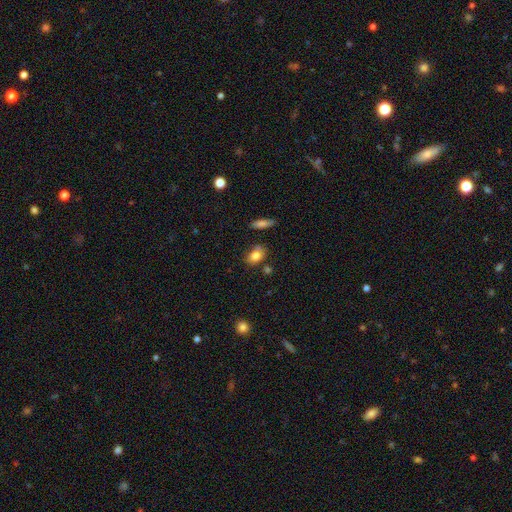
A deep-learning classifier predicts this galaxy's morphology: smooth_or_featured: smooth (p=0.82) [alt: featured or disk p=0.09]
how_rounded: in between (p=0.77) [alt: round p=0.21]
merging: none (p=0.71) [alt: minor disturbance p=0.17]